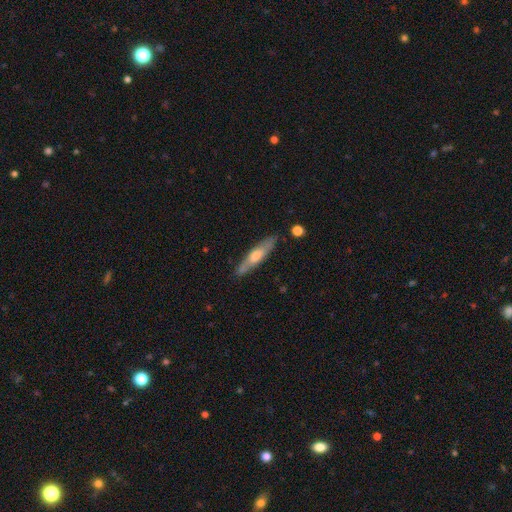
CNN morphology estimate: Q: Smooth or featured?
A: featured or disk (51%); runner-up: smooth (43%)
Q: Edge-on disk?
A: yes (76%); runner-up: no (24%)
Q: Merging?
A: none (82%); runner-up: minor disturbance (13%)